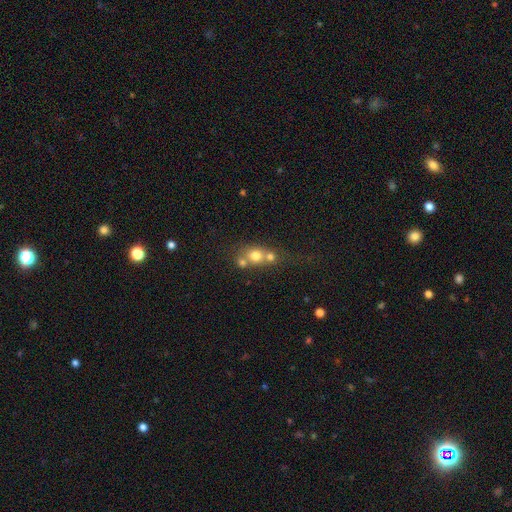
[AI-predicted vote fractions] smooth-or-featured: smooth: 69% | featured or disk: 17% | star or artifact: 13%
  how-rounded: round: 74% | in between: 24% | cigar-shaped: 2%
  merging: merger: 57% | none: 31% | minor disturbance: 7% | major disturbance: 4%